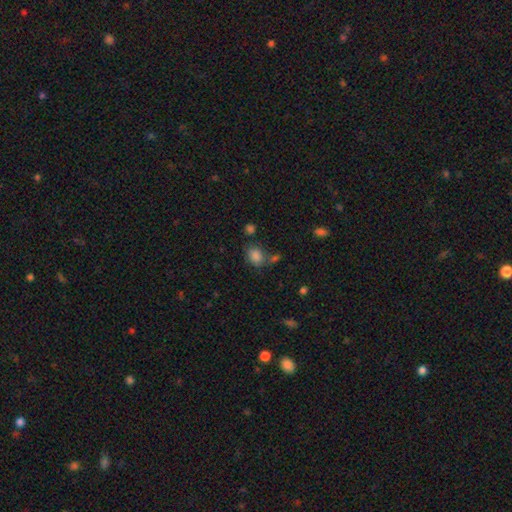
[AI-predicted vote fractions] The model was most divided on "how rounded": in between: 61%, round: 37%, cigar-shaped: 1%. More confident: smooth or featured — smooth (83%); merging — none (59%).